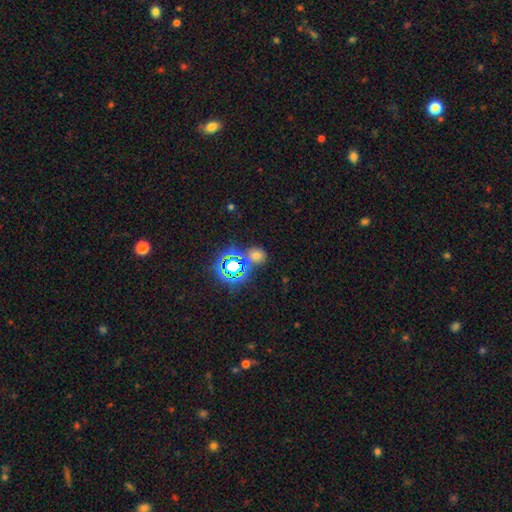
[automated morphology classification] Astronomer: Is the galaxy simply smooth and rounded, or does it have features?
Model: smooth — 54% (runner-up: star or artifact, 38%).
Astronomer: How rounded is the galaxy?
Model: round — 66%.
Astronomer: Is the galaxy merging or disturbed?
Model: none — 72%.